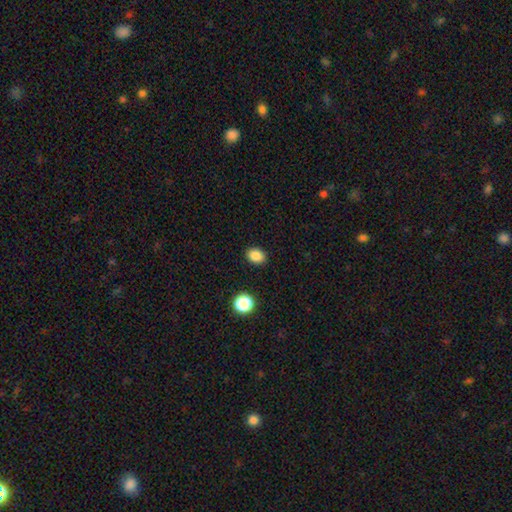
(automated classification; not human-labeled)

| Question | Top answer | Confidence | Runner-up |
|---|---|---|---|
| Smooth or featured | smooth | 86% | star or artifact (10%) |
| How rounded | in between | 54% | round (45%) |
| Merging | none | 89% | minor disturbance (7%) |